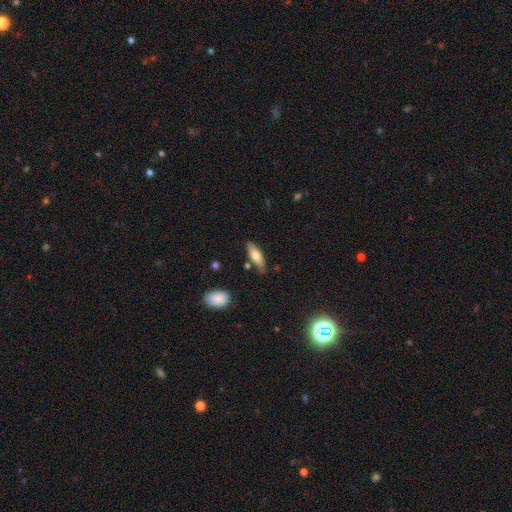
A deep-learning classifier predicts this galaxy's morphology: smooth_or_featured: smooth (p=0.64) [alt: featured or disk p=0.30]
how_rounded: in between (p=0.56) [alt: cigar-shaped p=0.42]
merging: none (p=0.78) [alt: minor disturbance p=0.15]